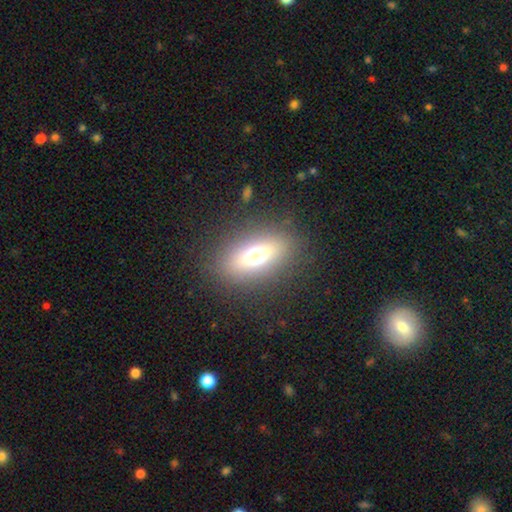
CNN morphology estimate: A smooth galaxy with no disk features (62%) that is in between round and cigar-shaped (73%). Merging: none (84%).